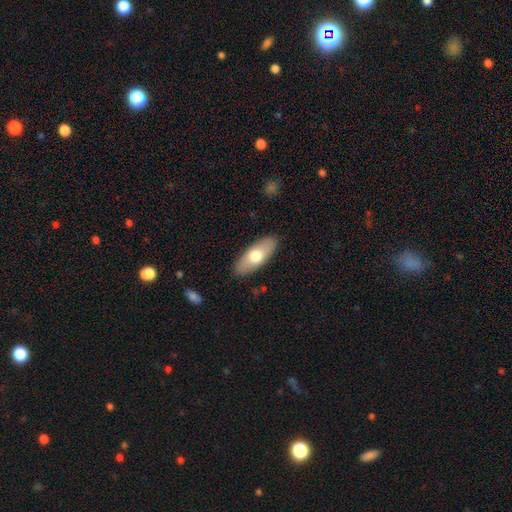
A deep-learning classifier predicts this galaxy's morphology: A smooth galaxy with no disk features (66%) that is in between round and cigar-shaped (82%).

Vote fractions:
- Smooth or featured? smooth: 66% / featured or disk: 28% / star or artifact: 5%
- How rounded? in between: 82% / cigar-shaped: 16% / round: 3%
- Merging? none: 88% / minor disturbance: 9% / major disturbance: 2% / merger: 1%